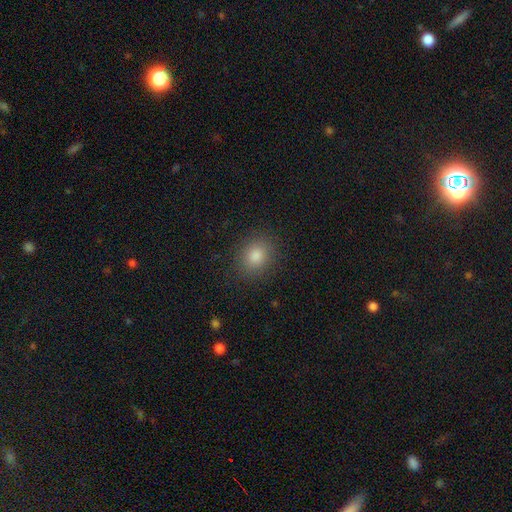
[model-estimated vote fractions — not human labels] Morphology: type=smooth (83%); roundness=round (59%); merging=none (88%).